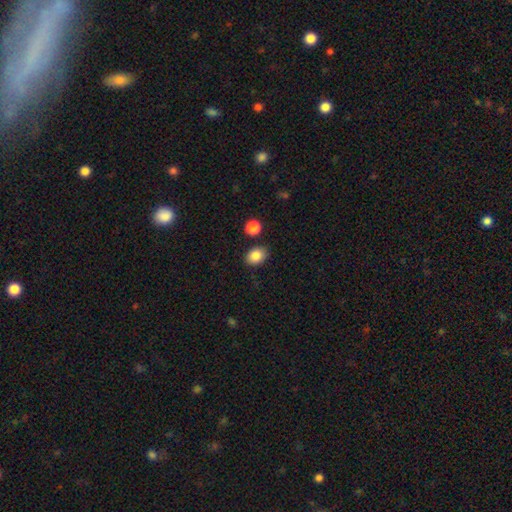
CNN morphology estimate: Smooth or featured? Predicted: smooth (p=0.85). How rounded? Predicted: in between (p=0.67). Merging? Predicted: none (p=0.83).